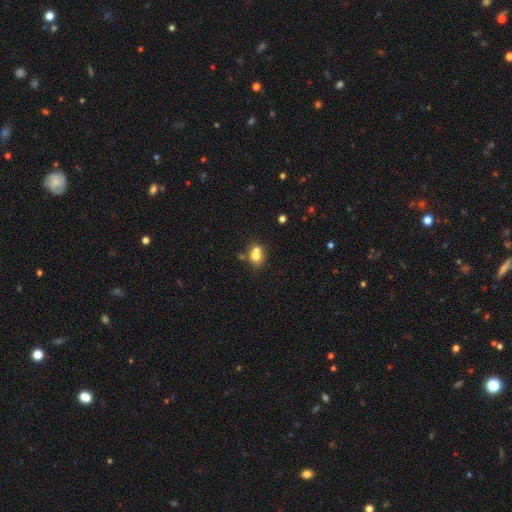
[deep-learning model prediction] smooth-or-featured: smooth: 70% | featured or disk: 17% | star or artifact: 12%
  how-rounded: round: 66% | in between: 33% | cigar-shaped: 1%
  merging: merger: 51% | none: 37% | minor disturbance: 8% | major disturbance: 3%